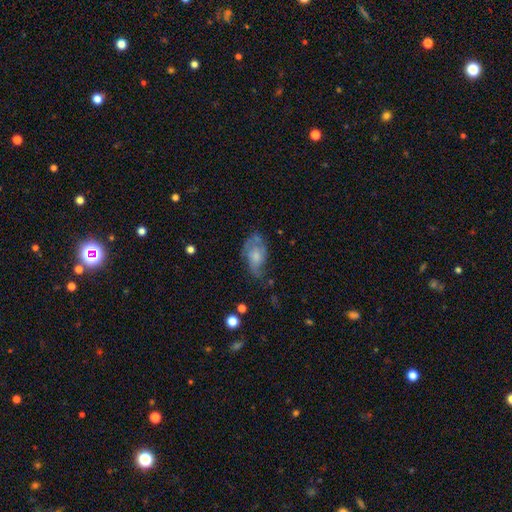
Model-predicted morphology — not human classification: smooth_or_featured: featured or disk (p=0.52) [alt: smooth p=0.39]
disk_edge_on: no (p=0.94) [alt: yes p=0.06]
merging: none (p=0.46) [alt: minor disturbance p=0.30]